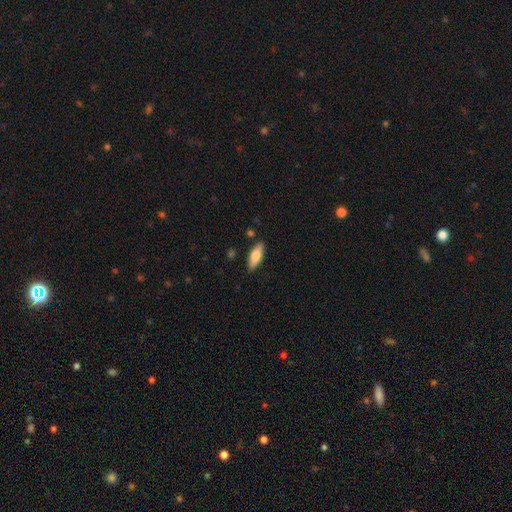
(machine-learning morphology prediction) smooth_or_featured: smooth (p=0.71) [alt: featured or disk p=0.23]
how_rounded: in between (p=0.68) [alt: cigar-shaped p=0.30]
merging: none (p=0.86) [alt: minor disturbance p=0.10]